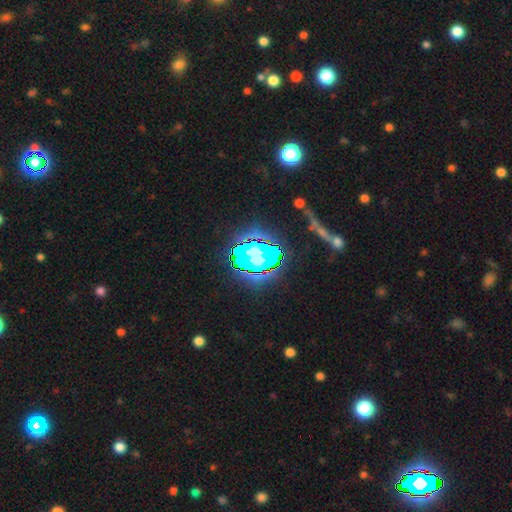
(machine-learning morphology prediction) Smooth or featured? Predicted: star or artifact (p=0.53).